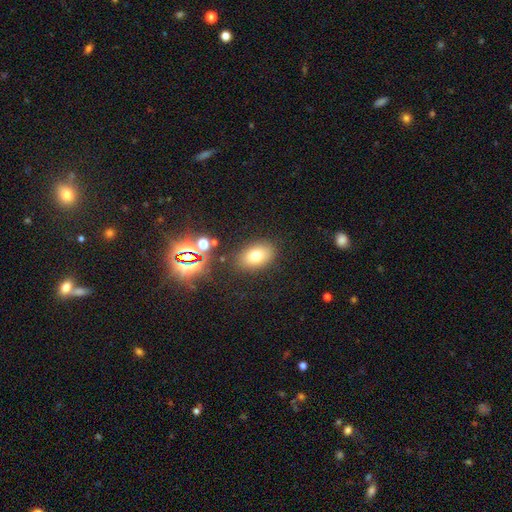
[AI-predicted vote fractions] smooth-or-featured: smooth: 73% | star or artifact: 15% | featured or disk: 12%
  how-rounded: in between: 83% | round: 15% | cigar-shaped: 1%
  merging: none: 84% | minor disturbance: 10% | major disturbance: 4% | merger: 3%